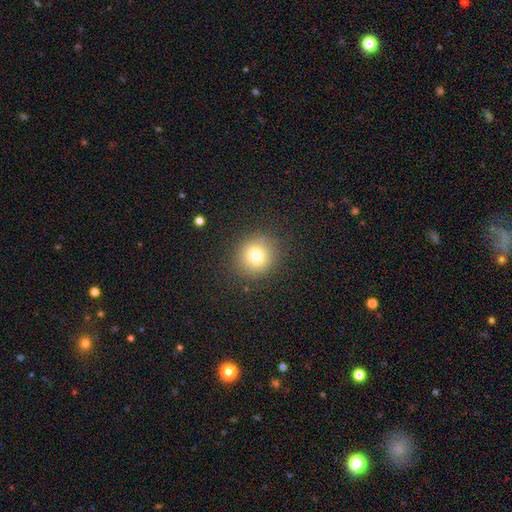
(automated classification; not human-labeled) This appears to be a smooth galaxy with no disk features (78%) that is round (88%). Merging: none (87%).